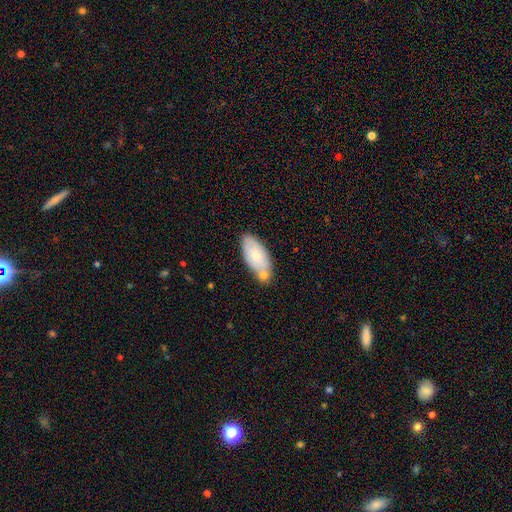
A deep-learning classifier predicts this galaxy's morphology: Smooth or featured? Predicted: smooth (p=0.68). How rounded? Predicted: in between (p=0.89). Merging? Predicted: none (p=0.56).